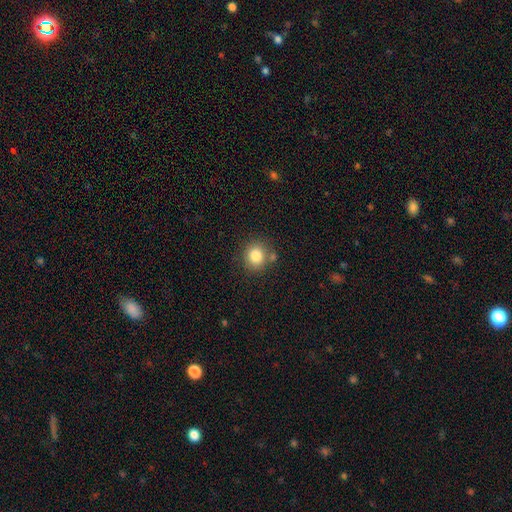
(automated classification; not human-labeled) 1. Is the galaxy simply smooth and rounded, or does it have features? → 83% smooth, 10% star or artifact, 7% featured or disk.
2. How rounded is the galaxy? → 83% round, 16% in between, 1% cigar-shaped.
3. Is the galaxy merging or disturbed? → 75% none, 12% minor disturbance, 10% merger, 4% major disturbance.